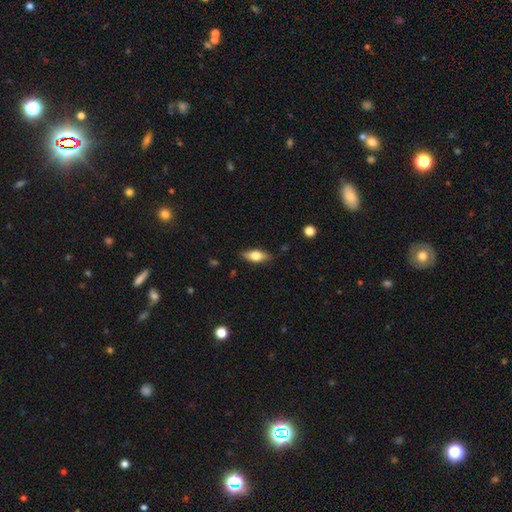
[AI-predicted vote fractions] Smooth or featured? smooth (66%)
How rounded? in between (77%)
Merging? none (82%)